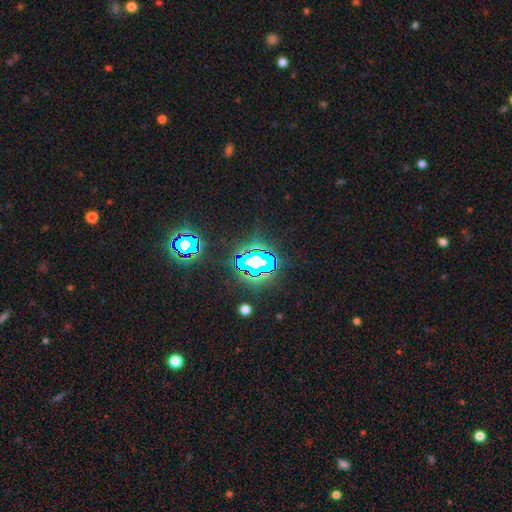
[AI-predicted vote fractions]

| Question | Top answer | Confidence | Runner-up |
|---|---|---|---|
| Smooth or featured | star or artifact | 70% | smooth (17%) |